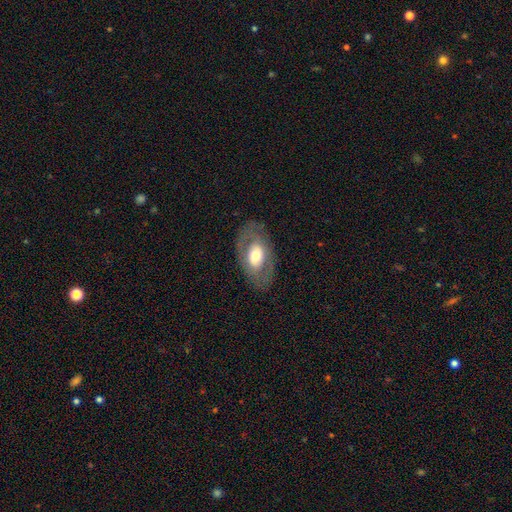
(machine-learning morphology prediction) type=featured or disk (49%); merging=none (78%).